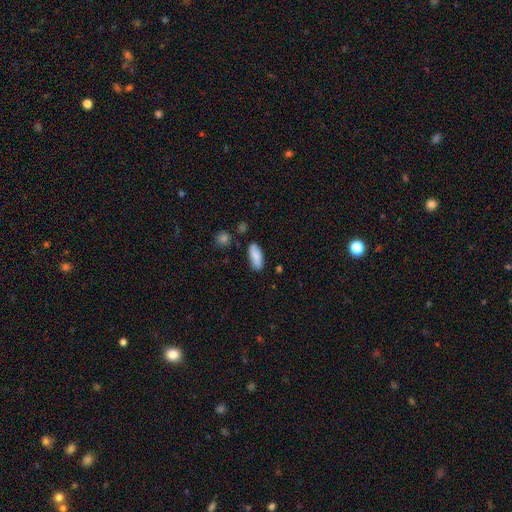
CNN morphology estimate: smooth_or_featured: smooth (p=0.85) [alt: featured or disk p=0.09]
how_rounded: in between (p=0.78) [alt: cigar-shaped p=0.20]
merging: none (p=0.80) [alt: minor disturbance p=0.14]